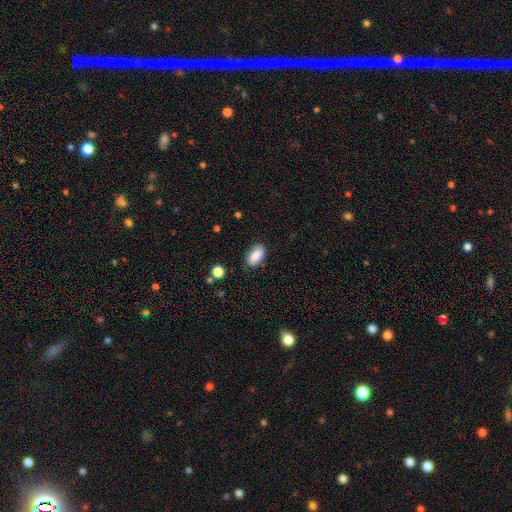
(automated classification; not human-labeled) A smooth galaxy with no disk features (88%) that is in between round and cigar-shaped (92%). Merging: none (83%).